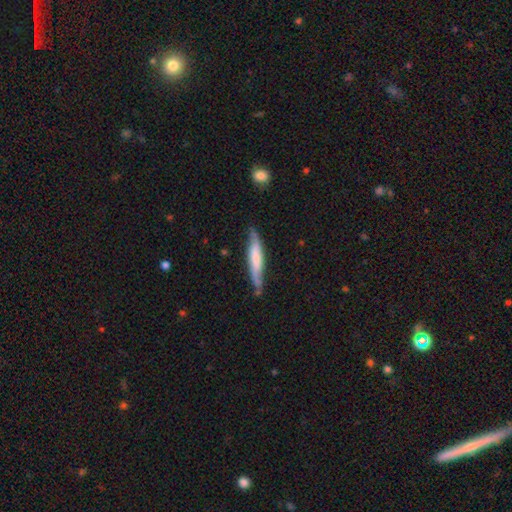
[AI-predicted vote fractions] Q: Smooth or featured?
A: smooth (48%); runner-up: featured or disk (46%)
Q: Merging?
A: none (73%); runner-up: minor disturbance (21%)